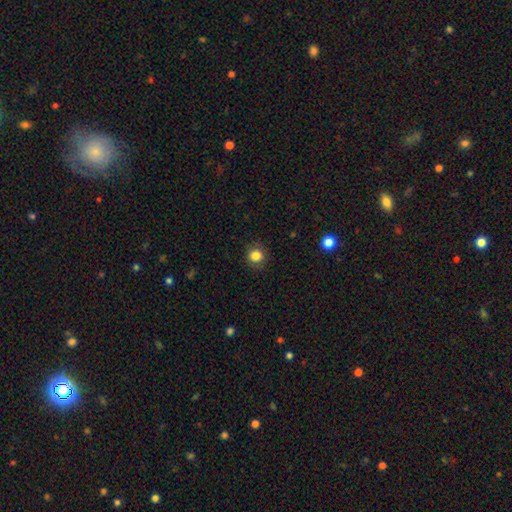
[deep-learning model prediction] Smooth or featured? Predicted: smooth (p=0.84). How rounded? Predicted: round (p=0.87). Merging? Predicted: none (p=0.88).